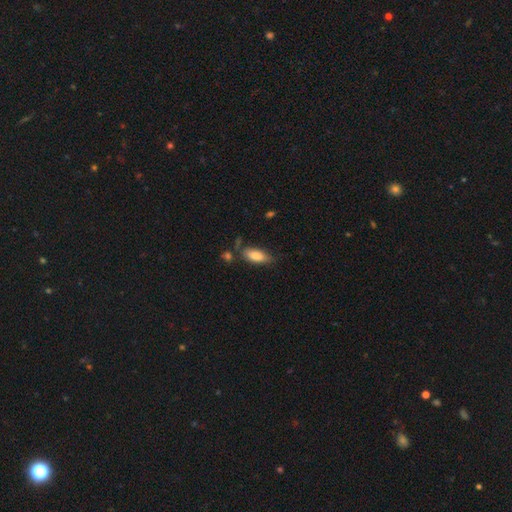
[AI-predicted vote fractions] Q: Smooth or featured?
A: smooth (82%); runner-up: featured or disk (11%)
Q: How rounded?
A: in between (83%); runner-up: cigar-shaped (15%)
Q: Merging?
A: none (62%); runner-up: minor disturbance (23%)